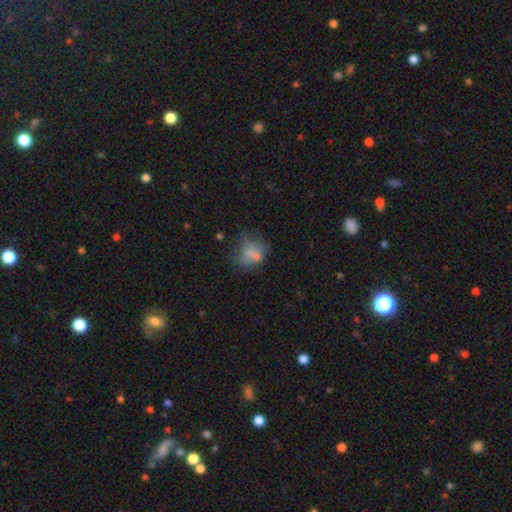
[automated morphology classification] Overall: smooth (60%; featured or disk 23%). How rounded: round (59%; in between 39%). Merging: none (44%; merger 21%).